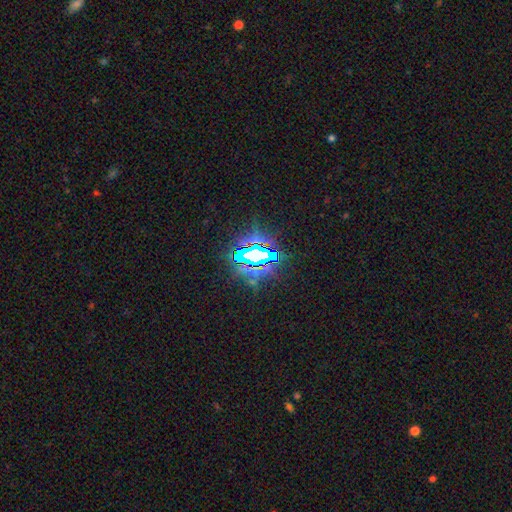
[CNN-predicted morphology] This appears to be a star or artifact, not a galaxy (77%).